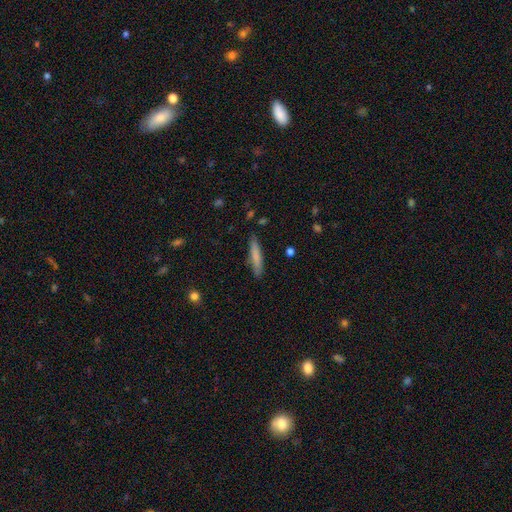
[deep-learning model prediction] The model was most divided on "smooth or featured": smooth: 77%, featured or disk: 17%, star or artifact: 6%. More confident: how rounded — cigar-shaped (89%); merging — none (85%).